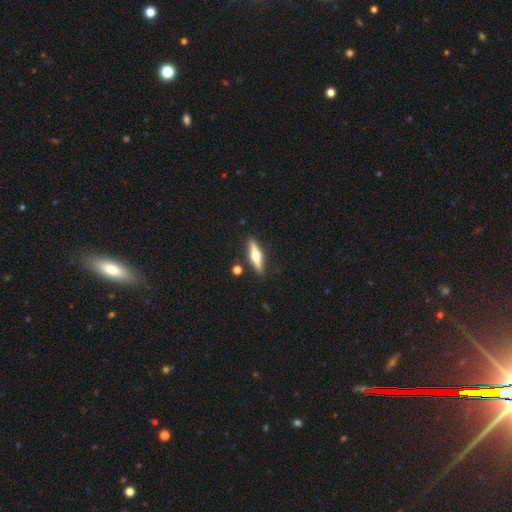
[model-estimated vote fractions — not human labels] Smooth or featured?
  - featured or disk: 59% *
  - smooth: 35%
  - star or artifact: 6%
Edge-on disk?
  - yes: 95% *
  - no: 5%
Edge-on bulge?
  - rounded: 94% *
  - boxy: 3%
  - none: 3%
Merging?
  - none: 85% *
  - minor disturbance: 9%
  - merger: 4%
  - major disturbance: 2%